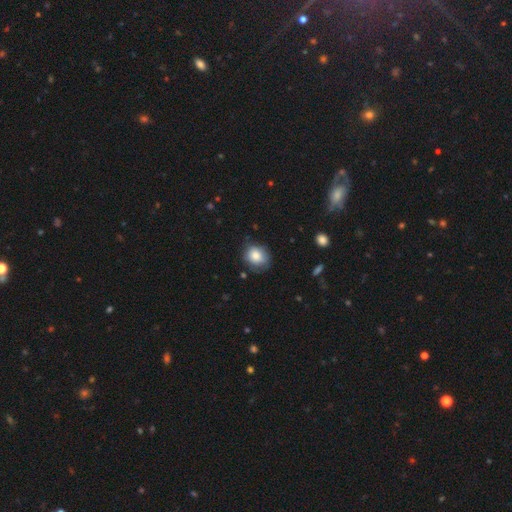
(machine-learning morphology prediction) Smooth or featured? smooth (81%)
How rounded? round (67%)
Merging? none (68%)